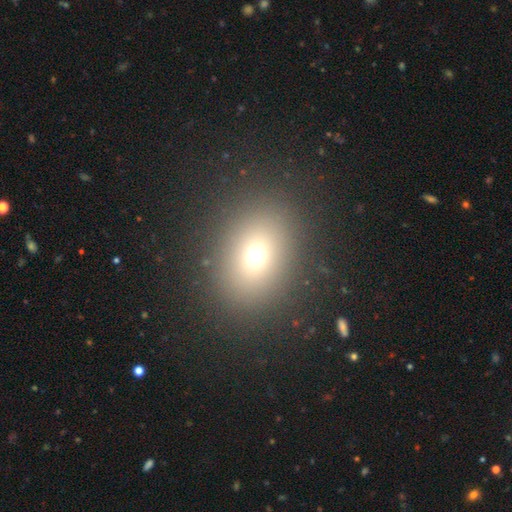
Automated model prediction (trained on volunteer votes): smooth 70%, star or artifact 19%, featured or disk 11%. Down the decision tree: how rounded — in between (50%); merging — none (88%).